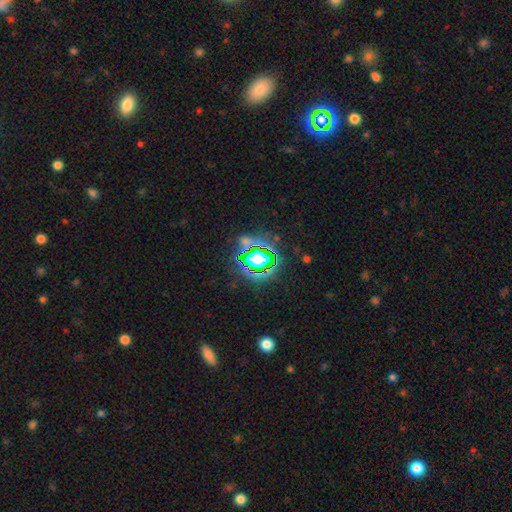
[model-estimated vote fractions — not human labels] star or artifact 77%, smooth 14%, featured or disk 10%.